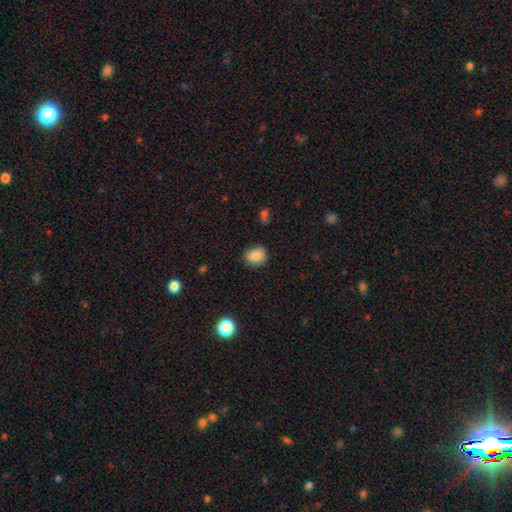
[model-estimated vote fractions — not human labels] Smooth or featured: smooth — 84% (star or artifact — 9%)
How rounded: round — 62% (in between — 37%)
Merging: none — 79% (minor disturbance — 16%)